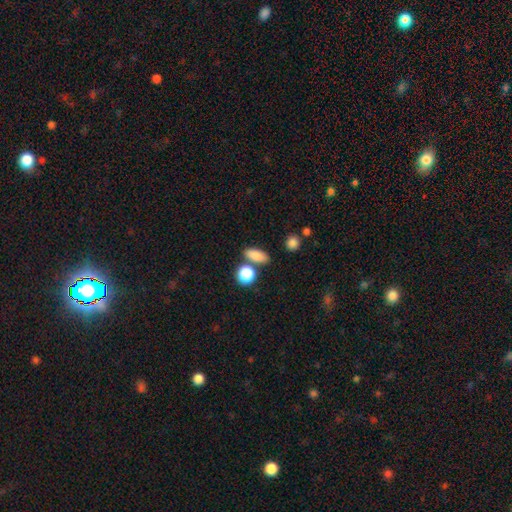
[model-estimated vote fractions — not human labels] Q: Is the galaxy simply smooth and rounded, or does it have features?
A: smooth — 85%.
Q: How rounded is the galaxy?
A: in between — 73%.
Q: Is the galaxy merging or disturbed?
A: none — 73%.